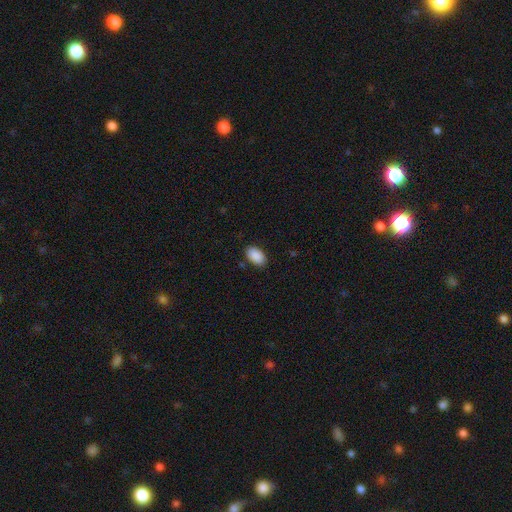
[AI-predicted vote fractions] Smooth or featured?
  - smooth: 91% *
  - star or artifact: 7%
  - featured or disk: 3%
How rounded?
  - in between: 94% *
  - round: 5%
  - cigar-shaped: 1%
Merging?
  - none: 87% *
  - minor disturbance: 9%
  - major disturbance: 2%
  - merger: 1%